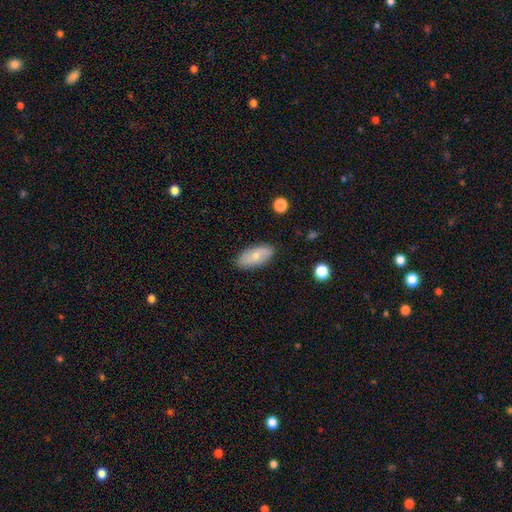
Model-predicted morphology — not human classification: type=smooth (71%); roundness=in between (89%); merging=none (85%).